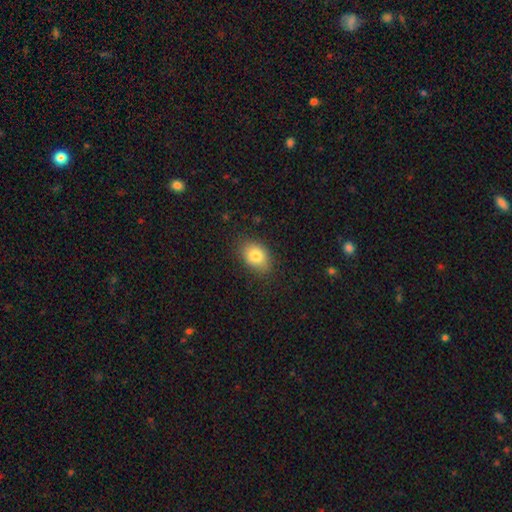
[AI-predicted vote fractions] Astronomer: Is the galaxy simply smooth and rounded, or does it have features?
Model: smooth — 82%.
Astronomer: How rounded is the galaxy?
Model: in between — 78%.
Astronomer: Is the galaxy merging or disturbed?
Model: none — 84%.